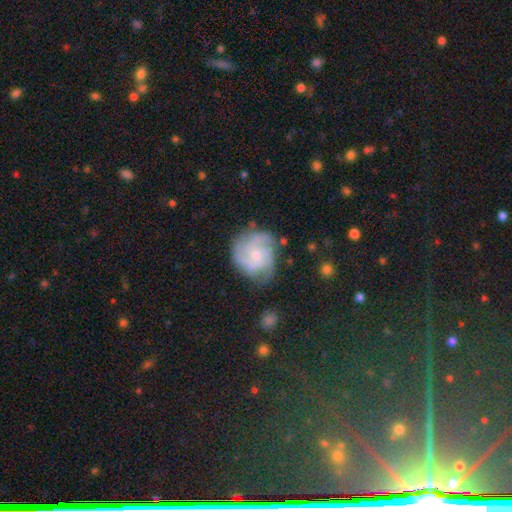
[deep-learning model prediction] The model was most divided on "spiral winding": medium: 45%, tight: 42%, loose: 13%. Remaining: edge-on disk — no (98%); spiral arms — yes (93%); smooth or featured — featured or disk (75%); bar — no (70%); merging — none (66%); bulge size — small (64%); spiral arm count — 3 (45%).